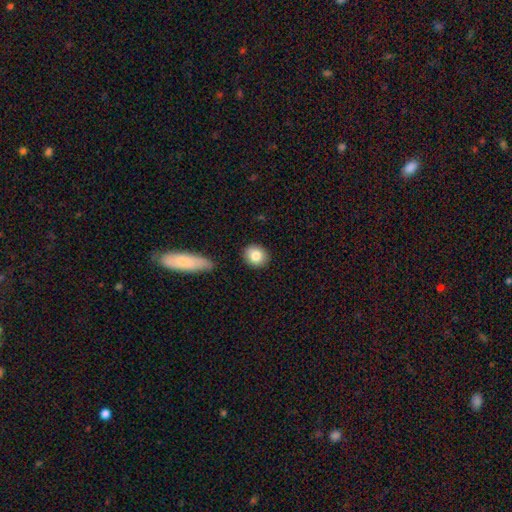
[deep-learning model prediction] Morphology: type=smooth (83%); roundness=round (78%); merging=none (86%).